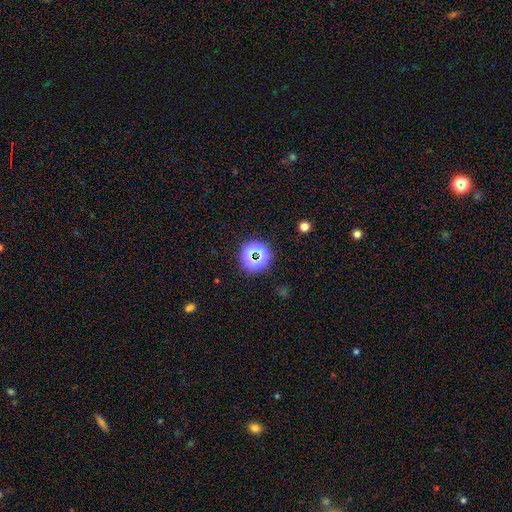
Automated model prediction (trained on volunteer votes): Morphology: type=star or artifact (58%).